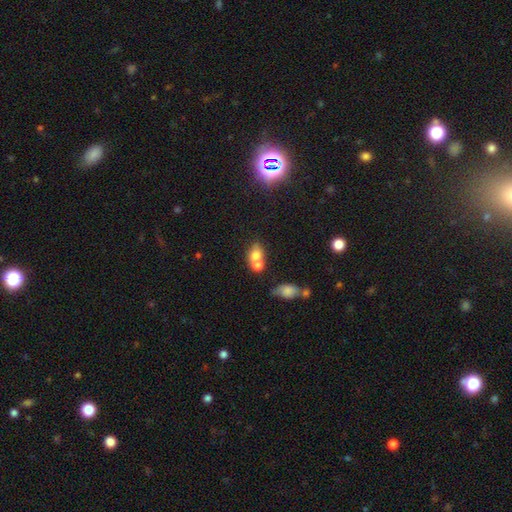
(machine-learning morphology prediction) Smooth or featured?
  - smooth: 71% *
  - featured or disk: 18%
  - star or artifact: 12%
How rounded?
  - in between: 55% *
  - round: 43%
  - cigar-shaped: 2%
Merging?
  - merger: 57% *
  - none: 29%
  - minor disturbance: 9%
  - major disturbance: 5%